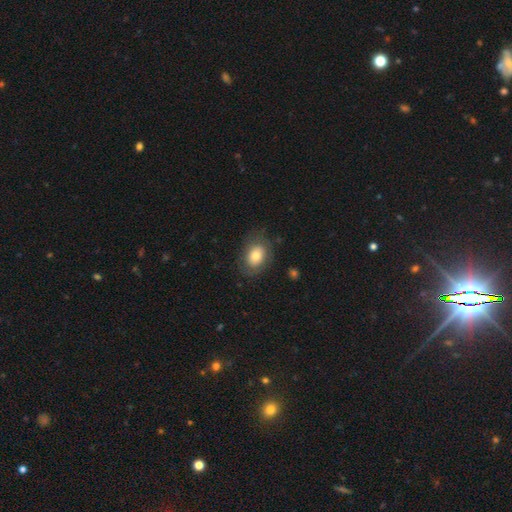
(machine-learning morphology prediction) Smooth or featured: smooth — 71% (featured or disk — 21%)
How rounded: in between — 74% (round — 25%)
Merging: none — 73% (minor disturbance — 17%)